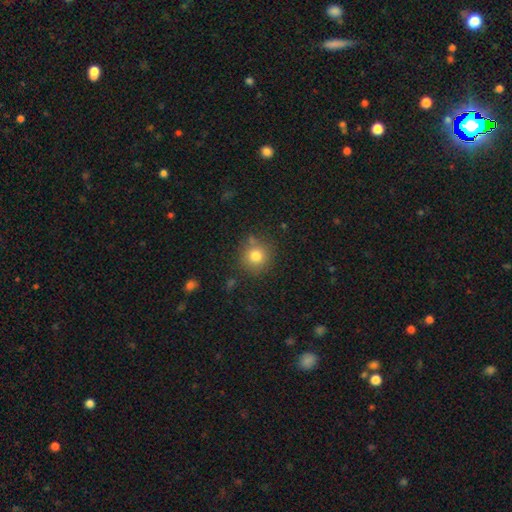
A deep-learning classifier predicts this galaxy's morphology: smooth 80%, star or artifact 12%, featured or disk 8%. Down the decision tree: how rounded — round (91%); merging — none (79%).